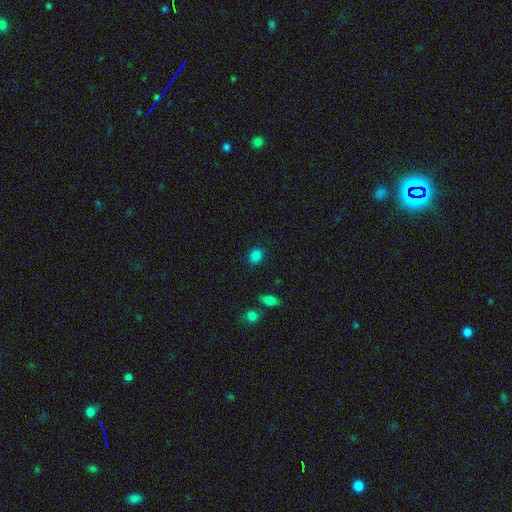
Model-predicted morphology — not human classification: The model was most divided on "how rounded": round: 60%, in between: 39%, cigar-shaped: 1%. More confident: merging — none (86%); smooth or featured — smooth (84%).